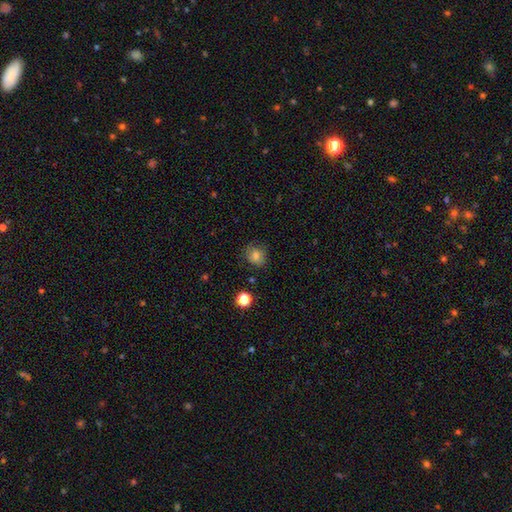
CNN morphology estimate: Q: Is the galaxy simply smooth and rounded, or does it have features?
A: smooth — 76%.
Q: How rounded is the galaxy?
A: round — 75%.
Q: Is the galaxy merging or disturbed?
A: none — 75%.